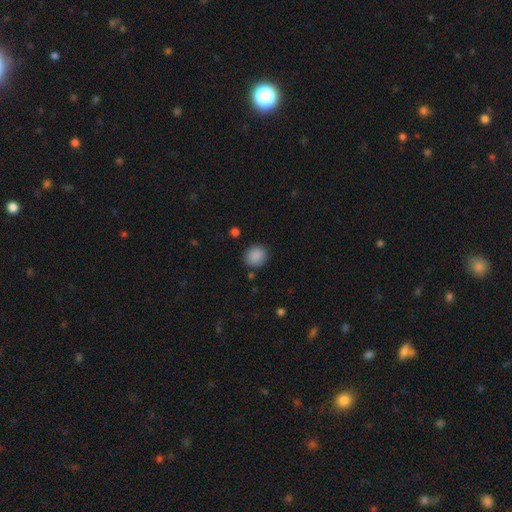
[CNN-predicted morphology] Smooth or featured: smooth — 88% (star or artifact — 9%)
How rounded: round — 84% (in between — 15%)
Merging: none — 88% (minor disturbance — 8%)